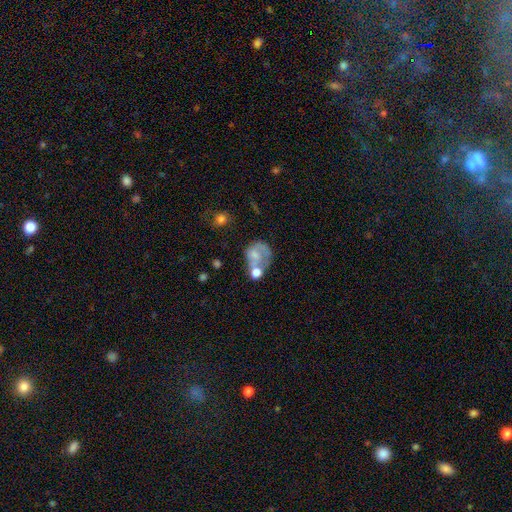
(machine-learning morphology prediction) smooth_or_featured: smooth (p=0.50) [alt: featured or disk p=0.38]
how_rounded: round (p=0.52) [alt: in between p=0.46]
merging: merger (p=0.30) [alt: major disturbance p=0.27]